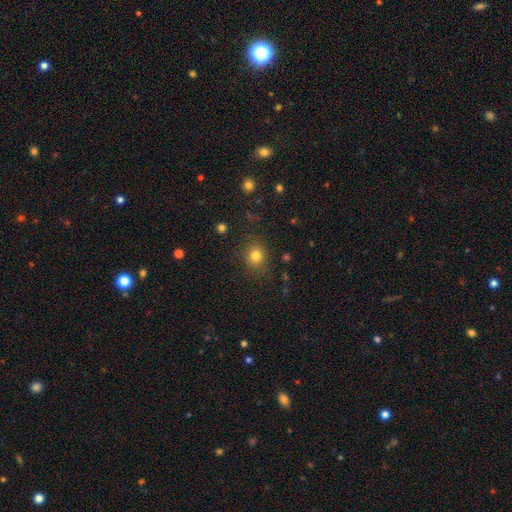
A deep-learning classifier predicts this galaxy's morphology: Q: Smooth or featured?
A: smooth (80%); runner-up: star or artifact (13%)
Q: How rounded?
A: round (73%); runner-up: in between (27%)
Q: Merging?
A: none (85%); runner-up: minor disturbance (10%)